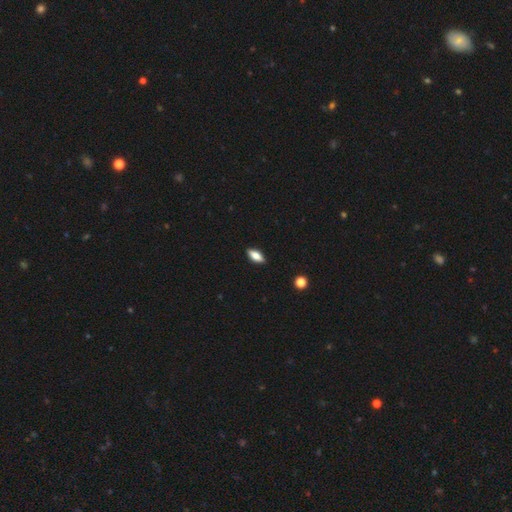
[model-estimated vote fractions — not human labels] A smooth galaxy with no disk features (72%) that is in between round and cigar-shaped (79%).

Vote fractions:
- Smooth or featured? smooth: 72% / featured or disk: 21% / star or artifact: 7%
- How rounded? in between: 79% / cigar-shaped: 18% / round: 3%
- Merging? none: 89% / minor disturbance: 8% / major disturbance: 2% / merger: 1%